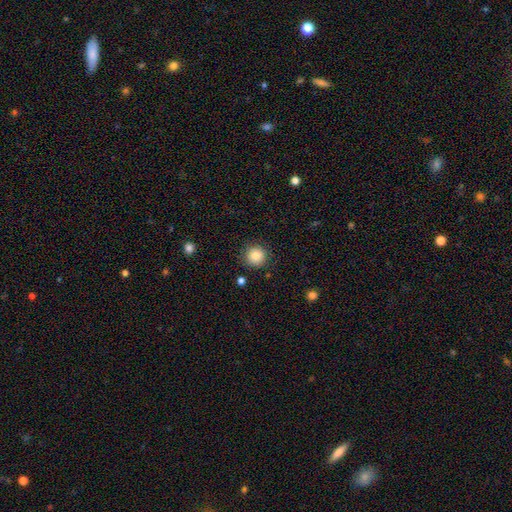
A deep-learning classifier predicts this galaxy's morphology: smooth-or-featured: smooth: 86% | star or artifact: 10% | featured or disk: 5%
  how-rounded: round: 94% | in between: 5% | cigar-shaped: 1%
  merging: none: 87% | minor disturbance: 9% | major disturbance: 3% | merger: 1%